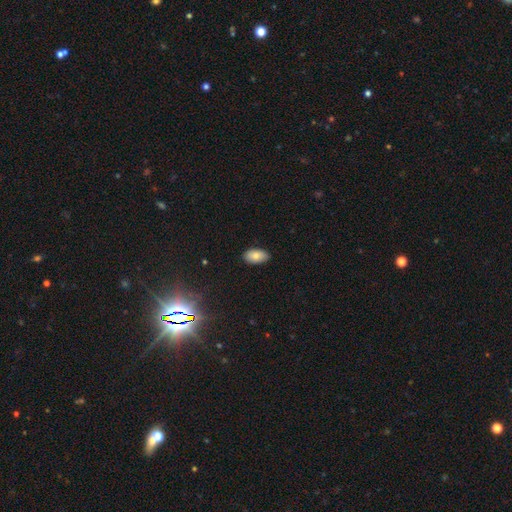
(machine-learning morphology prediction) This is clearly a smooth galaxy (81%). How rounded: clearly in between (94%). Merging: clearly none (85%).